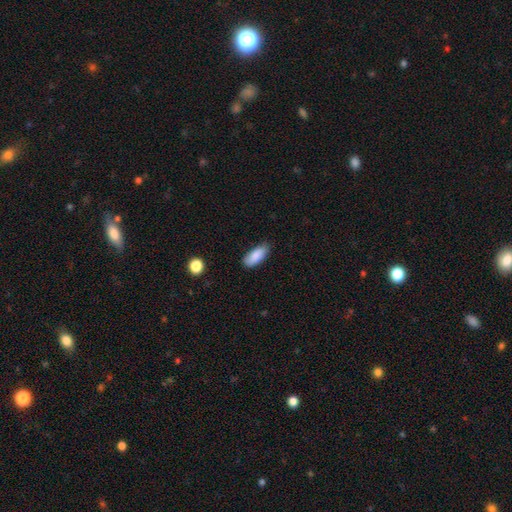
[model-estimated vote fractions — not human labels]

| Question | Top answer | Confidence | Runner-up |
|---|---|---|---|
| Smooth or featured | smooth | 87% | featured or disk (7%) |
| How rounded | in between | 84% | cigar-shaped (14%) |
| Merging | none | 74% | minor disturbance (21%) |